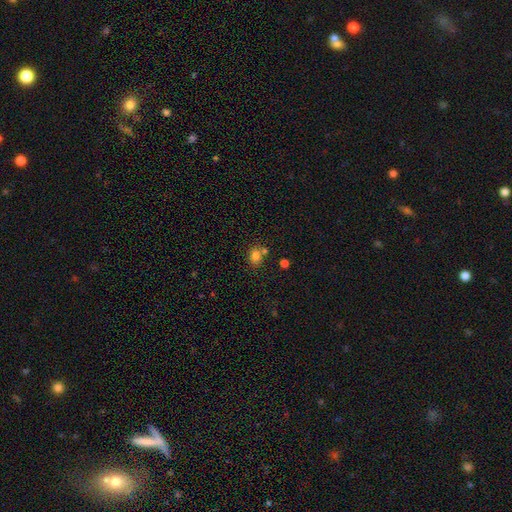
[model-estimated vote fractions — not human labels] smooth_or_featured: smooth (p=0.79) [alt: star or artifact p=0.13]
how_rounded: round (p=0.61) [alt: in between p=0.38]
merging: none (p=0.61) [alt: merger p=0.24]